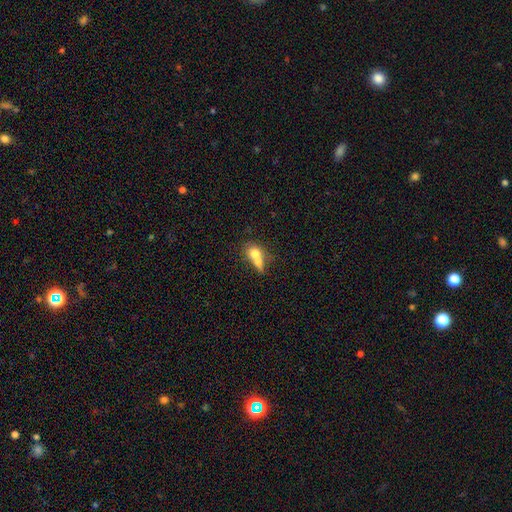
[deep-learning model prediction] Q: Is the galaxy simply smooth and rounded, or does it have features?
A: smooth — 68%.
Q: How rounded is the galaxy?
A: in between — 52%.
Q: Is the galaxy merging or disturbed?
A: merger — 65%.